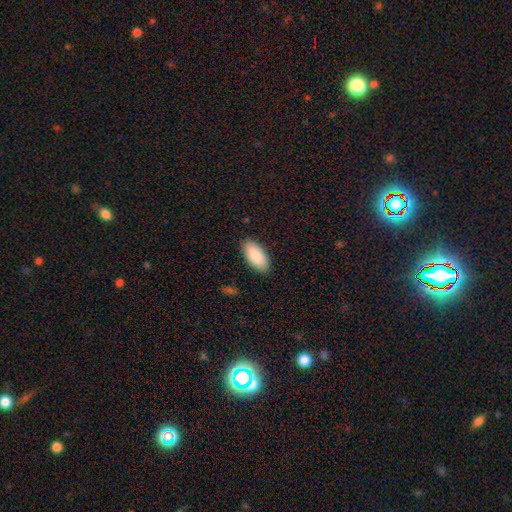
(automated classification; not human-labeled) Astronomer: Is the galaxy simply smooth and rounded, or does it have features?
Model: smooth — 91%.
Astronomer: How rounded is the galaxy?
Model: in between — 93%.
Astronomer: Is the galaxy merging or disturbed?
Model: none — 88%.